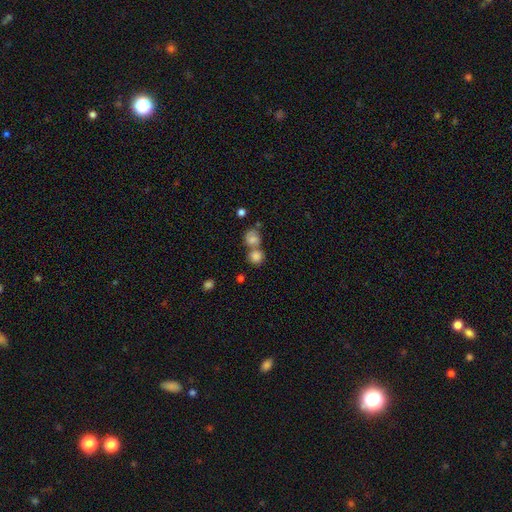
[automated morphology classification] type=smooth (79%); roundness=round (80%); merging=merger (52%).